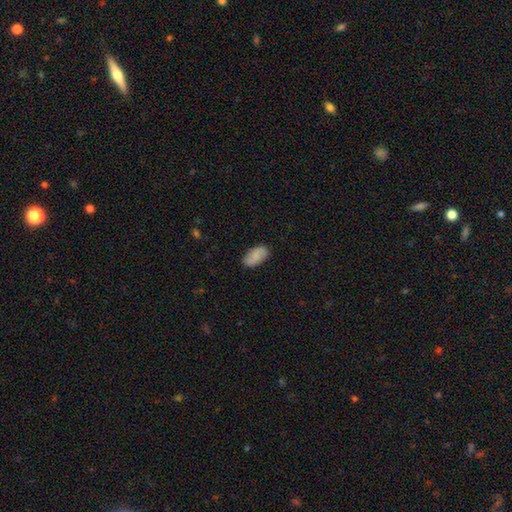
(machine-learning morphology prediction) smooth 75%, featured or disk 18%, star or artifact 7%. Down the decision tree: how rounded — in between (94%); merging — none (83%).